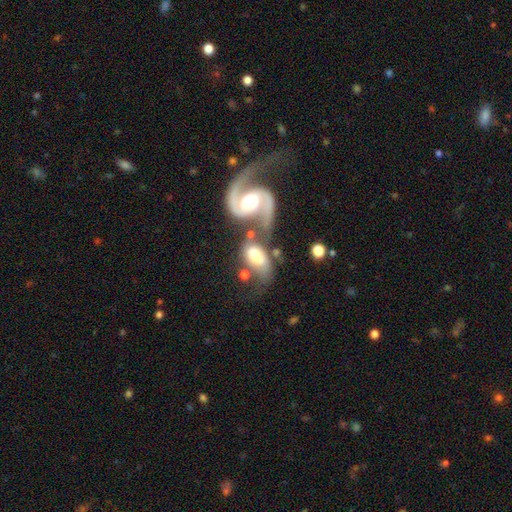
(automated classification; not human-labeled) Q: Smooth or featured?
A: featured or disk (53%); runner-up: smooth (40%)
Q: Edge-on disk?
A: no (94%); runner-up: yes (6%)
Q: Bar?
A: no (44%); runner-up: weak (38%)
Q: Spiral arms?
A: yes (79%); runner-up: no (21%)
Q: Bulge size?
A: moderate (57%); runner-up: large (26%)
Q: Merging?
A: merger (48%); runner-up: none (26%)